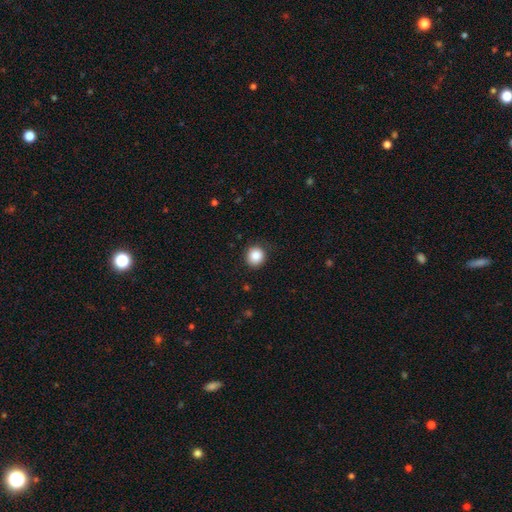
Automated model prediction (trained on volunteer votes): Q: Smooth or featured?
A: smooth (88%); runner-up: star or artifact (9%)
Q: How rounded?
A: round (90%); runner-up: in between (9%)
Q: Merging?
A: none (87%); runner-up: minor disturbance (9%)